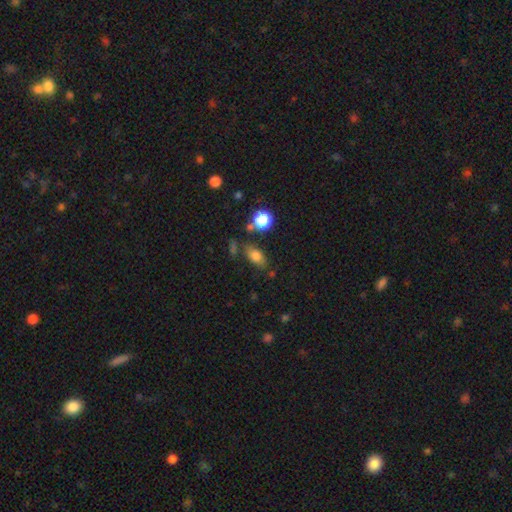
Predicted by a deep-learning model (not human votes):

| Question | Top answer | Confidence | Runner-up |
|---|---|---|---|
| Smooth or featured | smooth | 76% | star or artifact (13%) |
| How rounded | in between | 78% | round (15%) |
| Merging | none | 69% | minor disturbance (17%) |